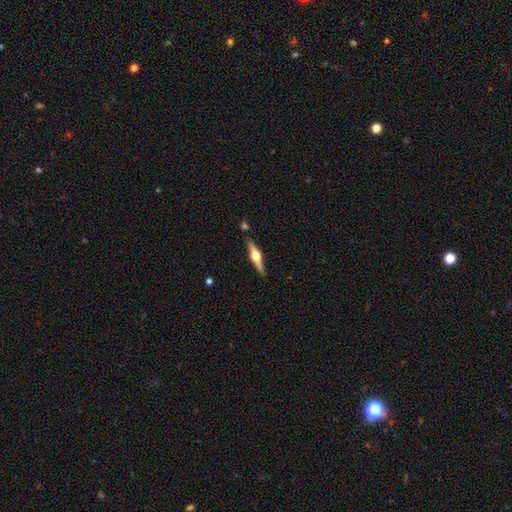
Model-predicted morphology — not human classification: Q: Smooth or featured?
A: featured or disk (74%); runner-up: smooth (21%)
Q: Edge-on disk?
A: yes (97%); runner-up: no (3%)
Q: Edge-on bulge?
A: rounded (96%); runner-up: boxy (3%)
Q: Merging?
A: none (86%); runner-up: minor disturbance (8%)